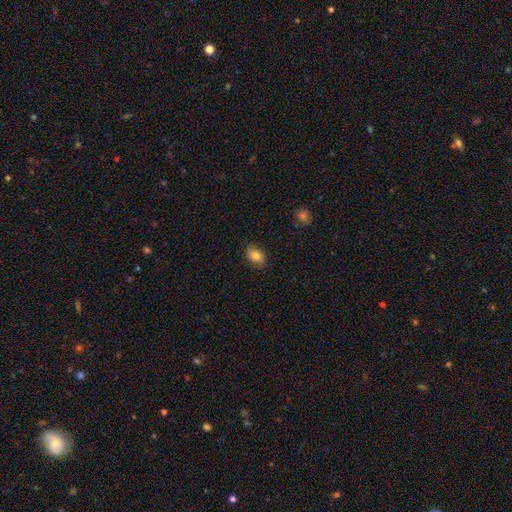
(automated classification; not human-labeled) Smooth or featured? Predicted: smooth (p=0.82). How rounded? Predicted: in between (p=0.84). Merging? Predicted: none (p=0.87).